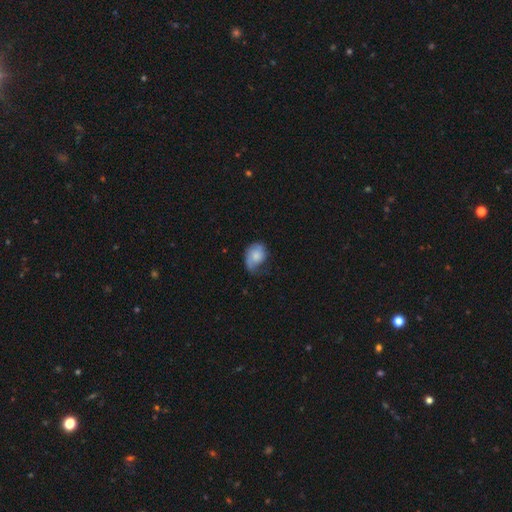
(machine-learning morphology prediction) A smooth galaxy with no disk features (50%) that is in between round and cigar-shaped (62%). Merging: none (41%).